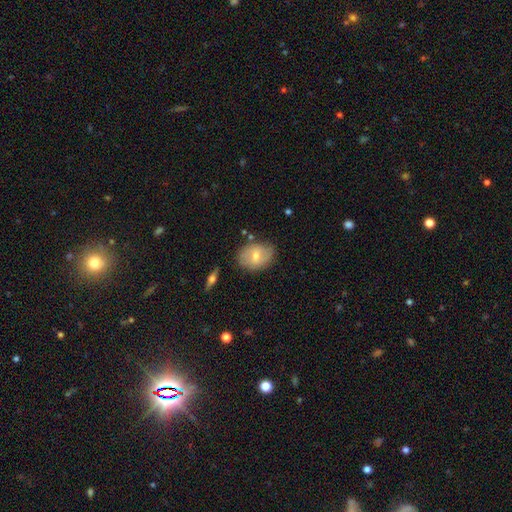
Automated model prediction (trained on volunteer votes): A smooth galaxy with no disk features (57%) that is in between round and cigar-shaped (72%).

Vote fractions:
- Smooth or featured? smooth: 57% / featured or disk: 34% / star or artifact: 8%
- How rounded? in between: 72% / round: 26% / cigar-shaped: 1%
- Merging? none: 77% / minor disturbance: 16% / major disturbance: 3% / merger: 3%